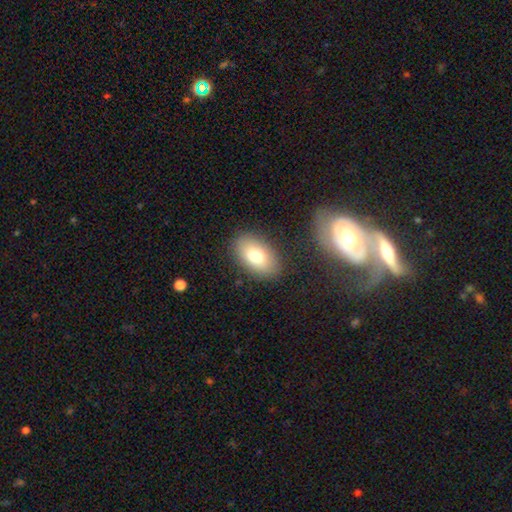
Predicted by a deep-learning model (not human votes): This is likely a smooth galaxy (78%). How rounded: clearly in between (92%). Merging: clearly none (85%).